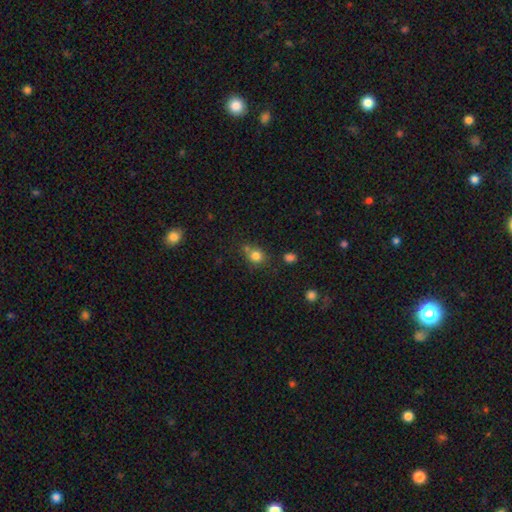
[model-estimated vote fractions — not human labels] Q: Smooth or featured?
A: smooth (80%); runner-up: star or artifact (12%)
Q: How rounded?
A: round (75%); runner-up: in between (24%)
Q: Merging?
A: none (59%); runner-up: merger (20%)